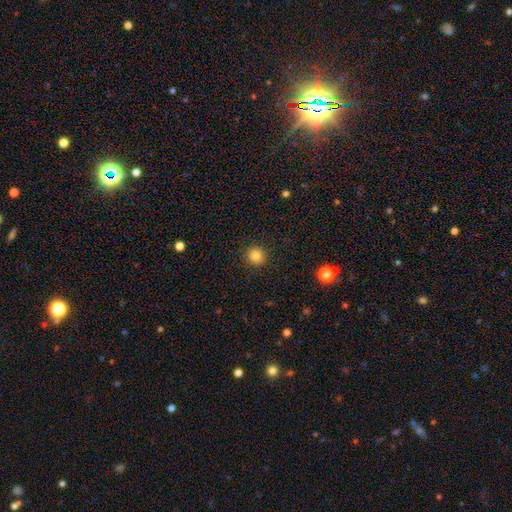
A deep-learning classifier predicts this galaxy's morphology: Smooth or featured? Predicted: smooth (p=0.83). How rounded? Predicted: round (p=0.92). Merging? Predicted: none (p=0.90).